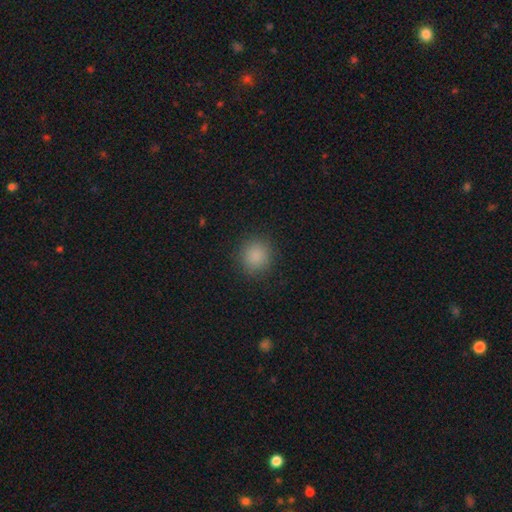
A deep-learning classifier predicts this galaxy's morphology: smooth 86%, star or artifact 10%, featured or disk 3%. Down the decision tree: how rounded — round (90%); merging — none (88%).